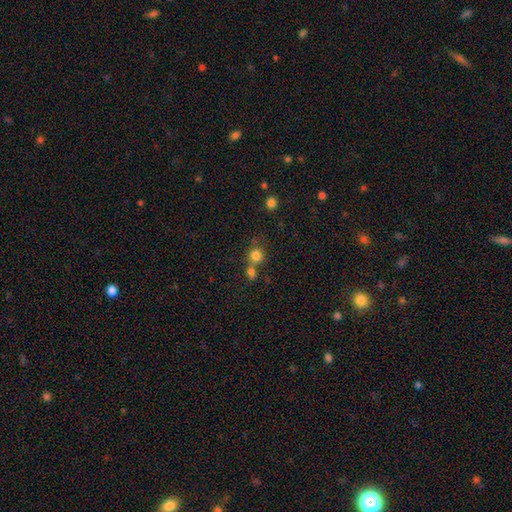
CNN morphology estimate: A smooth galaxy with no disk features (79%) that is round (88%). Merging: none (50%).